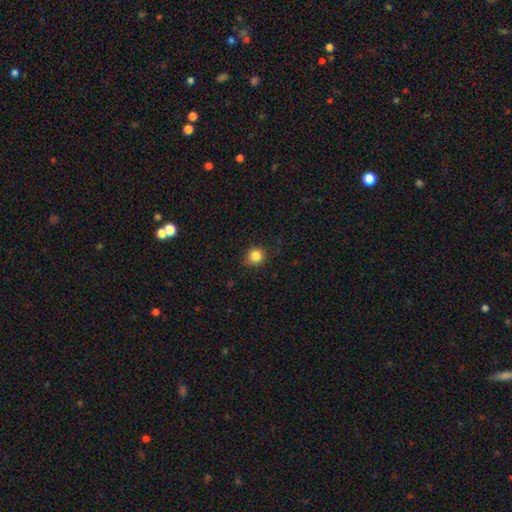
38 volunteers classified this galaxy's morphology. Overall: smooth (87%). How rounded: round (91%). Merging: none (83%).